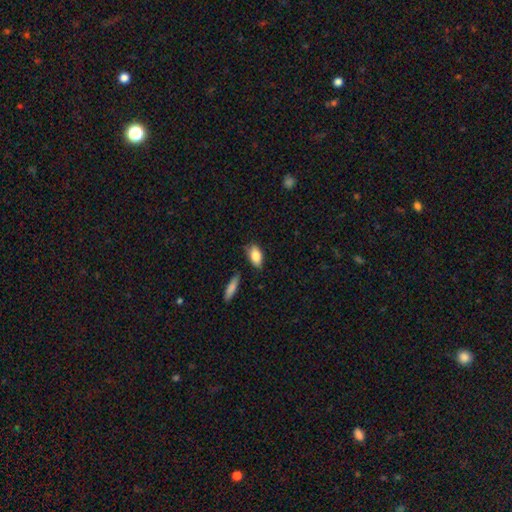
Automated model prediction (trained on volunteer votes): smooth_or_featured: smooth (p=0.82) [alt: featured or disk p=0.11]
how_rounded: in between (p=0.88) [alt: cigar-shaped p=0.07]
merging: none (p=0.73) [alt: minor disturbance p=0.20]